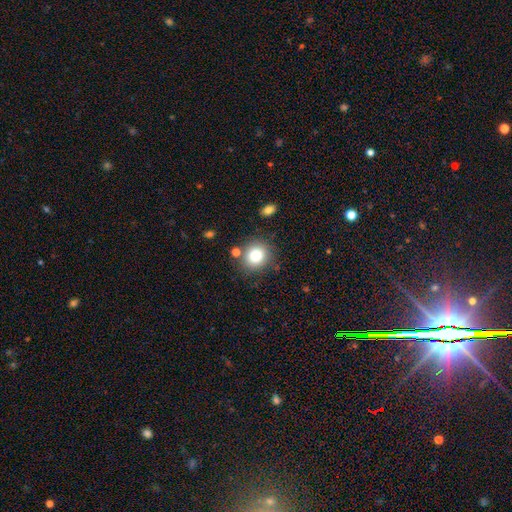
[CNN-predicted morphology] The model was most divided on "how rounded": round: 81%, in between: 18%, cigar-shaped: 1%. More confident: smooth or featured — smooth (81%); merging — none (79%).